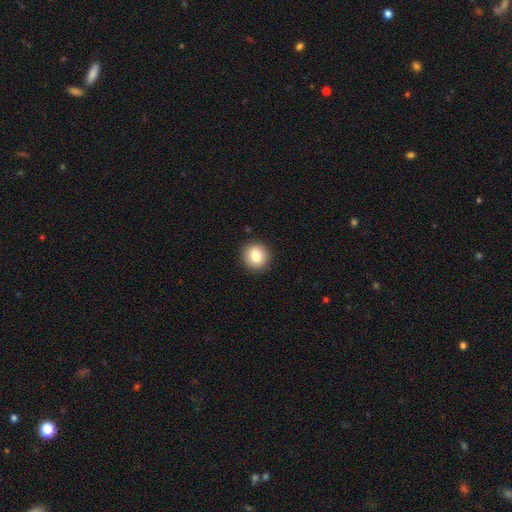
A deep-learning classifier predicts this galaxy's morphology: Smooth or featured: smooth — 83% (star or artifact — 9%)
How rounded: round — 90% (in between — 9%)
Merging: none — 92% (minor disturbance — 5%)